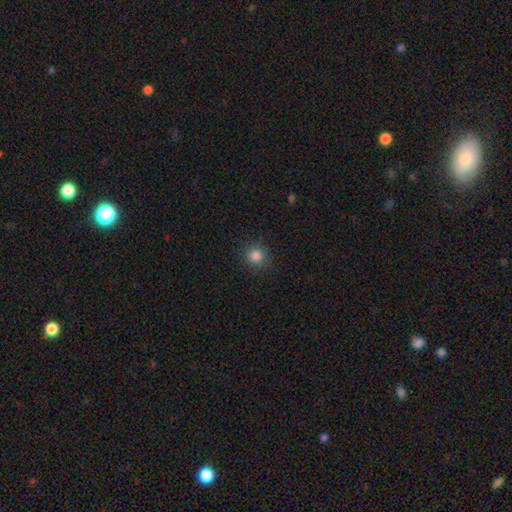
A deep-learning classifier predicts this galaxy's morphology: A smooth galaxy with no disk features (84%) that is round (92%).

Vote fractions:
- Smooth or featured? smooth: 84% / star or artifact: 12% / featured or disk: 4%
- How rounded? round: 92% / in between: 7% / cigar-shaped: 1%
- Merging? none: 89% / minor disturbance: 8% / major disturbance: 2% / merger: 1%